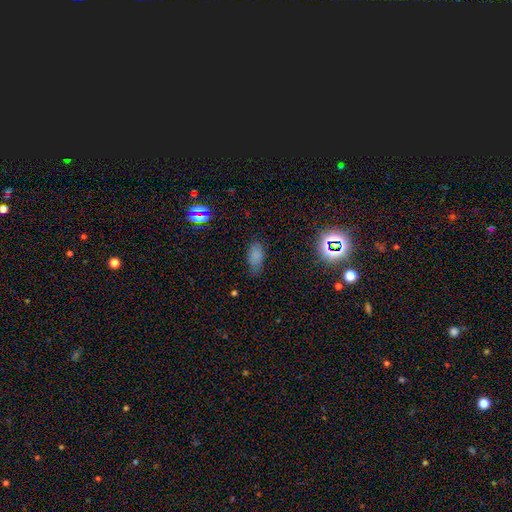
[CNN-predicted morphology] type=smooth (76%); roundness=in between (90%); merging=none (70%).